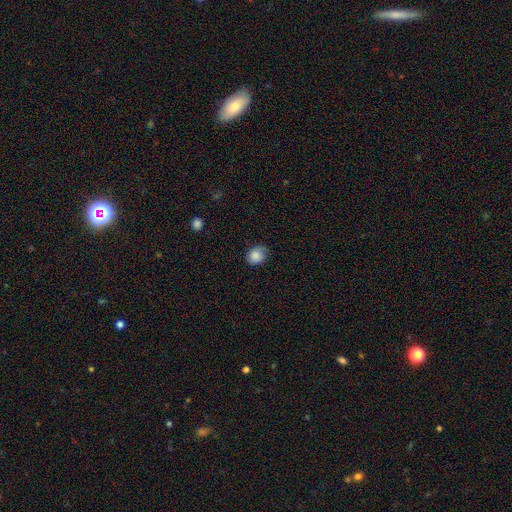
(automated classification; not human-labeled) smooth 80%, featured or disk 12%, star or artifact 8%. Down the decision tree: how rounded — round (61%); merging — none (66%).